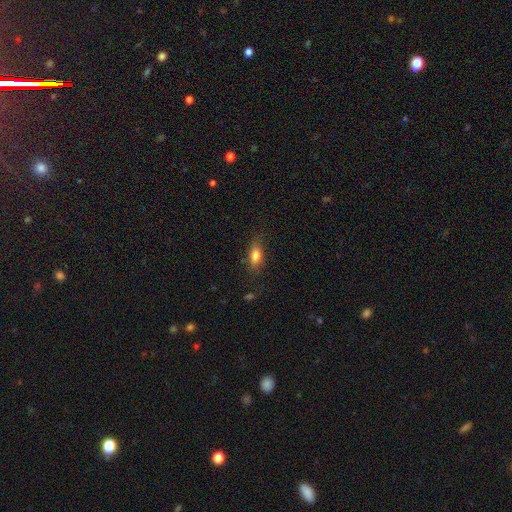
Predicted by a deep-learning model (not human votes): A smooth galaxy with no disk features (75%) that is in between round and cigar-shaped (72%). Merging: none (75%).